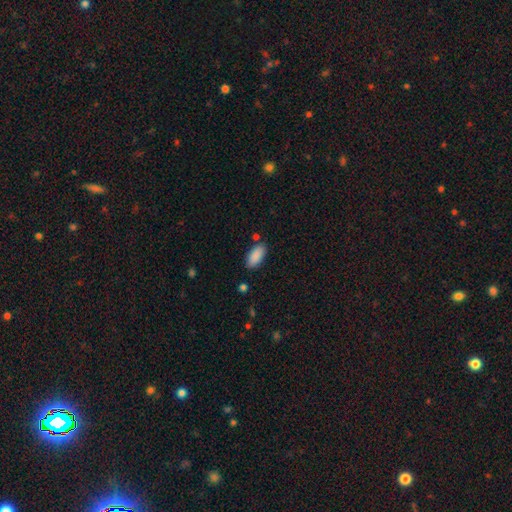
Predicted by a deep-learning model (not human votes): Smooth or featured? Predicted: smooth (p=0.90). How rounded? Predicted: in between (p=0.90). Merging? Predicted: none (p=0.83).